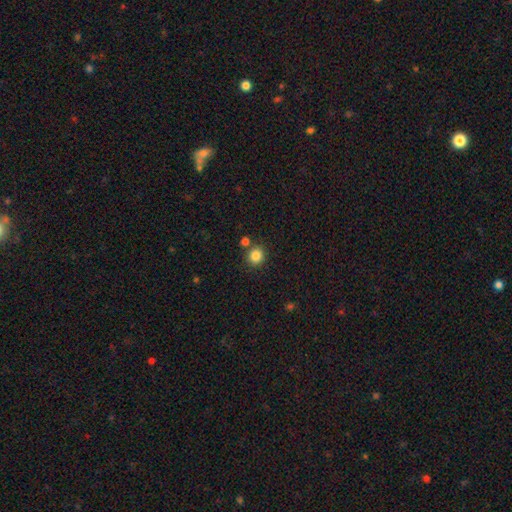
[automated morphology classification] smooth_or_featured: smooth (p=0.84) [alt: star or artifact p=0.11]
how_rounded: round (p=0.90) [alt: in between p=0.09]
merging: none (p=0.80) [alt: merger p=0.09]